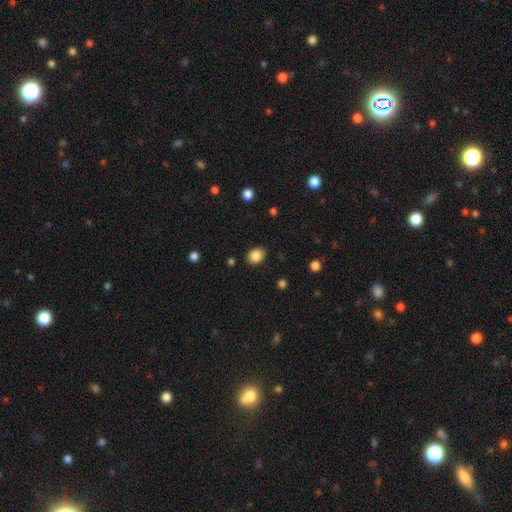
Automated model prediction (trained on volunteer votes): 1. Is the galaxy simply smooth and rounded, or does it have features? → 85% smooth, 9% star or artifact, 6% featured or disk.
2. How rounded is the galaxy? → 61% in between, 38% round, 1% cigar-shaped.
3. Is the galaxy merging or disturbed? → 84% none, 12% minor disturbance, 3% major disturbance, 1% merger.